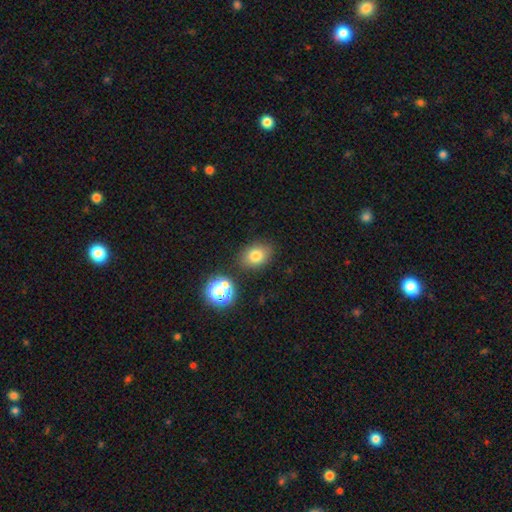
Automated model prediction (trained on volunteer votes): Overall: smooth (76%). How rounded: in between (67%; round 32%). Merging: none (80%).